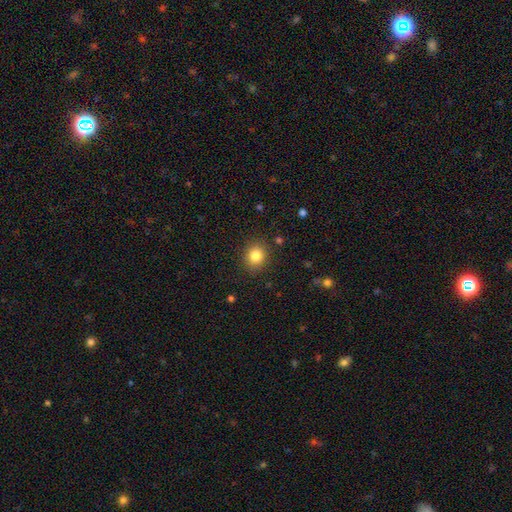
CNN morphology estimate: The model was most divided on "how rounded": round: 77%, in between: 22%, cigar-shaped: 1%. More confident: merging — none (88%); smooth or featured — smooth (83%).